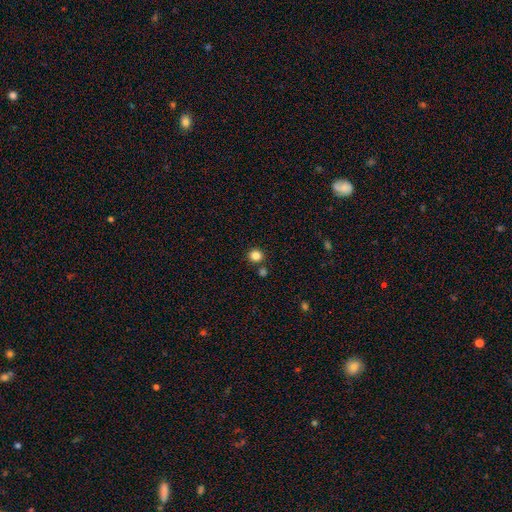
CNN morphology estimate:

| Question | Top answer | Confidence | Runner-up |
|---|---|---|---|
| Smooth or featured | smooth | 84% | star or artifact (12%) |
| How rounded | round | 87% | in between (12%) |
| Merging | none | 83% | merger (7%) |